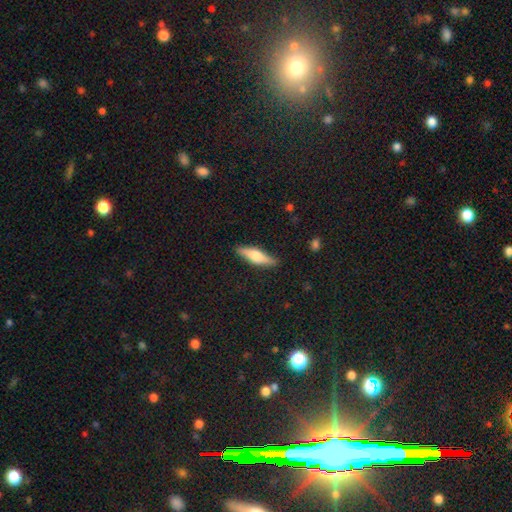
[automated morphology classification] smooth-or-featured: smooth: 52% | featured or disk: 42% | star or artifact: 6%
  how-rounded: cigar-shaped: 66% | in between: 32% | round: 2%
  merging: none: 87% | minor disturbance: 10% | major disturbance: 2% | merger: 1%